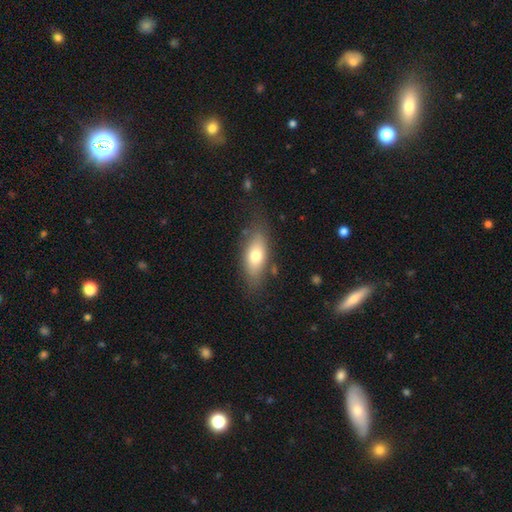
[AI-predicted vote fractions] smooth 71%, featured or disk 22%, star or artifact 7%. Down the decision tree: how rounded — in between (78%); merging — none (76%).